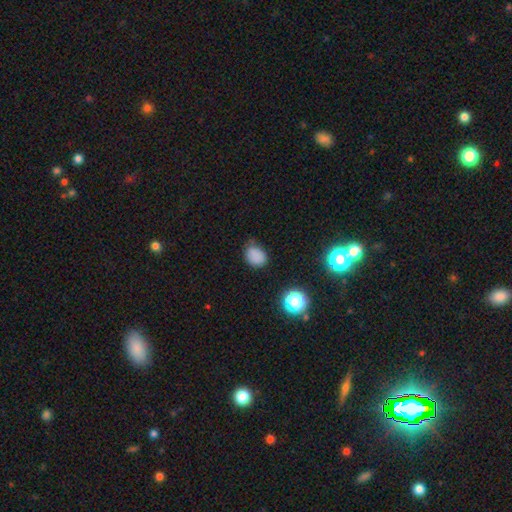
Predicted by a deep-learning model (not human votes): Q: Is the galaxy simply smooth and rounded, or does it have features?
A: smooth — 80%.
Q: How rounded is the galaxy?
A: in between — 60%.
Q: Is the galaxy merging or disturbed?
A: none — 65%.